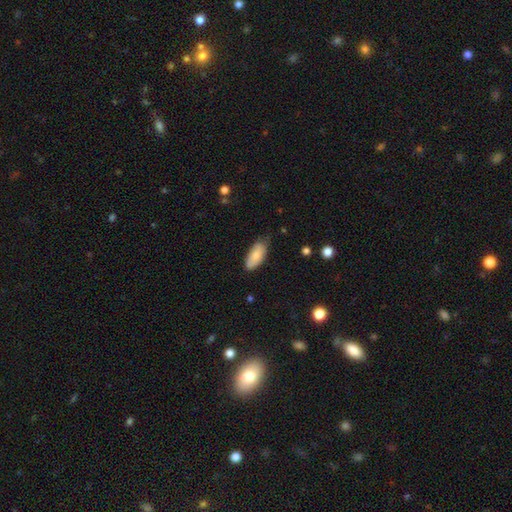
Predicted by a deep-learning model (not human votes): A smooth galaxy with no disk features (77%) that is in between round and cigar-shaped (88%).

Vote fractions:
- Smooth or featured? smooth: 77% / featured or disk: 17% / star or artifact: 6%
- How rounded? in between: 88% / cigar-shaped: 11% / round: 2%
- Merging? none: 66% / minor disturbance: 29% / major disturbance: 4% / merger: 2%